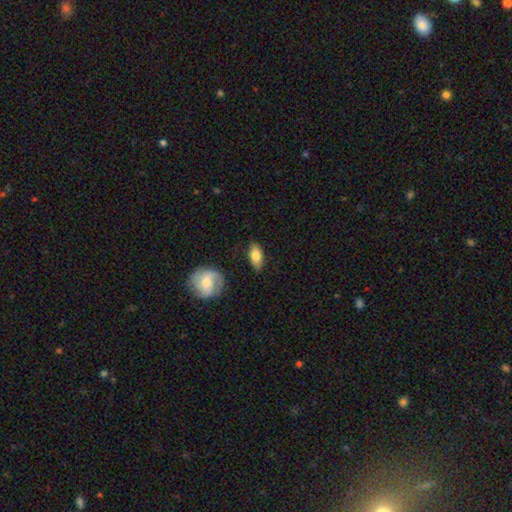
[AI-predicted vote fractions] Overall: smooth (78%). How rounded: in between (89%). Merging: none (82%).